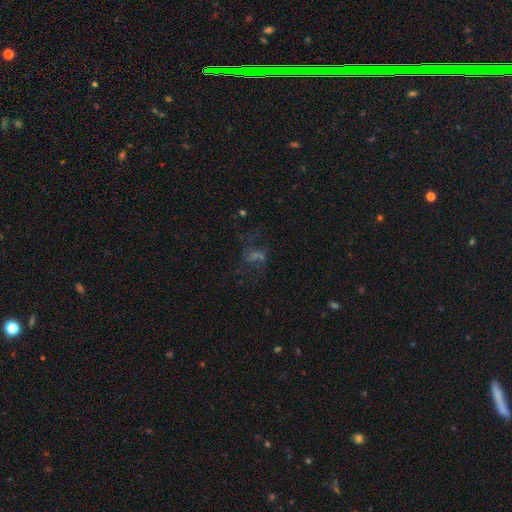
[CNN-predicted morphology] This appears to be a featured or disk galaxy (36%, tied with star or artifact). Merging: none (49%).